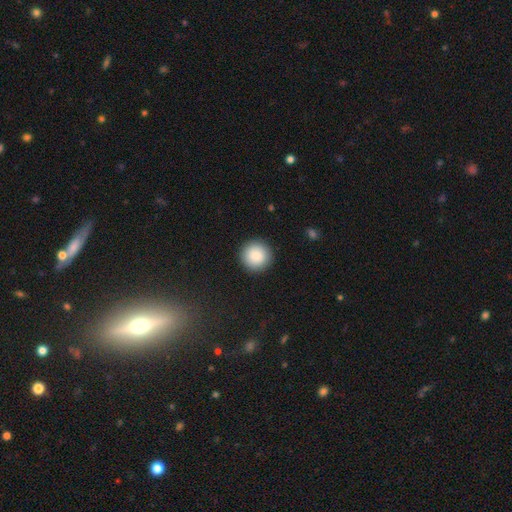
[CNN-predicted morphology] Q: Smooth or featured?
A: smooth (88%); runner-up: star or artifact (8%)
Q: How rounded?
A: round (96%); runner-up: in between (3%)
Q: Merging?
A: none (92%); runner-up: minor disturbance (5%)